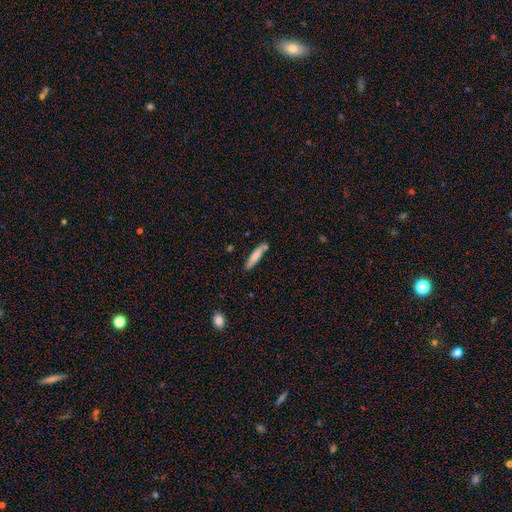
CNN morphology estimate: Smooth or featured?
  - smooth: 76% *
  - featured or disk: 18%
  - star or artifact: 6%
How rounded?
  - cigar-shaped: 86% *
  - in between: 13%
  - round: 1%
Merging?
  - none: 75% *
  - minor disturbance: 15%
  - merger: 8%
  - major disturbance: 3%